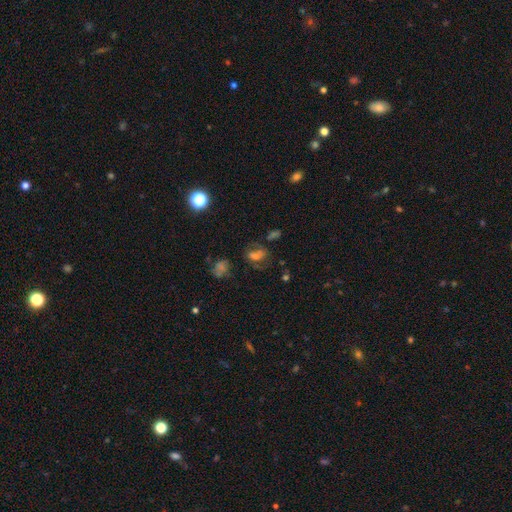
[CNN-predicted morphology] smooth_or_featured: smooth (p=0.42) [alt: featured or disk p=0.36]
merging: none (p=0.57) [alt: minor disturbance p=0.19]